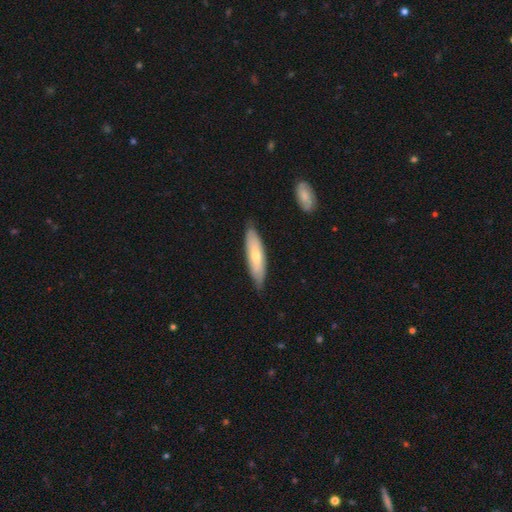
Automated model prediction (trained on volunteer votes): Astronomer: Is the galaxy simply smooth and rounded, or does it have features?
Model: smooth — 60%.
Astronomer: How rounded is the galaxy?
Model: cigar-shaped — 58% (runner-up: in between, 40%).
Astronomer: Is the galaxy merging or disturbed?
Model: none — 77%.